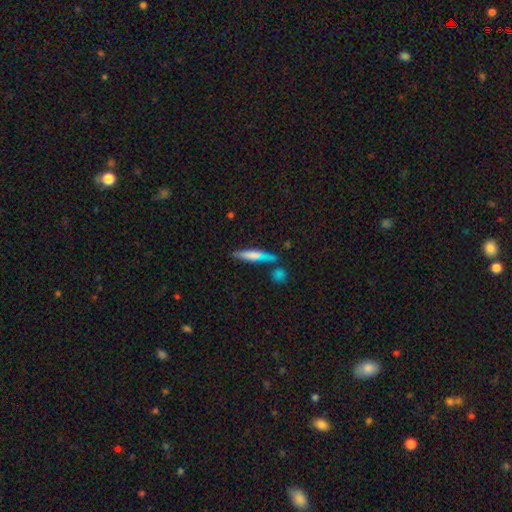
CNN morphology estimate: A smooth galaxy with no disk features (66%) that is cigar-shaped (85%). Merging: none (71%).